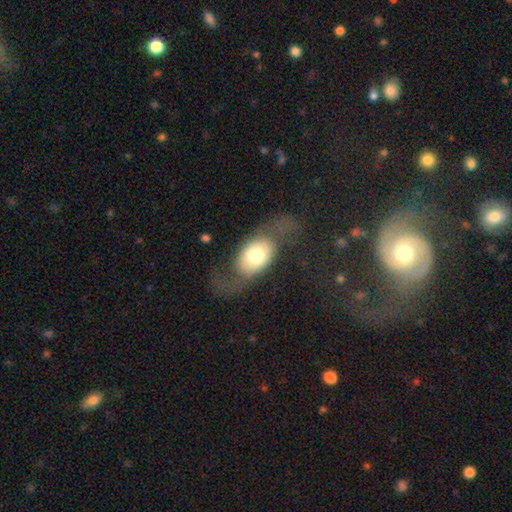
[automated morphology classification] This is possibly a smooth galaxy (53%). How rounded: likely in between (78%). Merging: possibly none (52%).